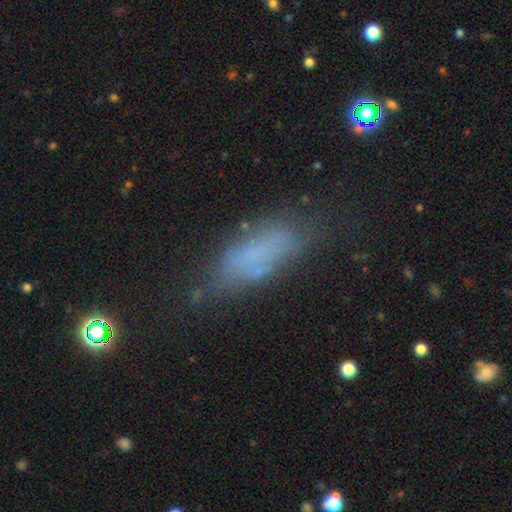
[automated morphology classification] This is possibly a smooth galaxy (60%). How rounded: likely in between (62%). Merging: possibly none (57%).